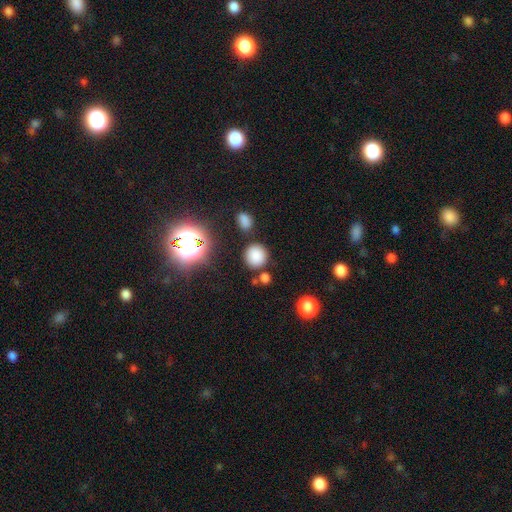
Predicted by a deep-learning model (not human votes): Overall: smooth (80%). How rounded: round (89%). Merging: none (80%).